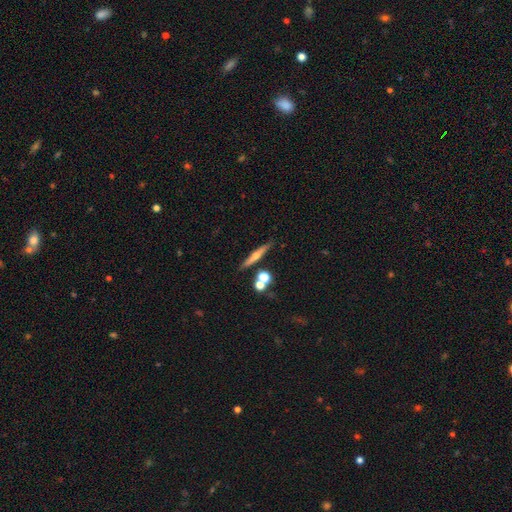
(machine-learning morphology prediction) This is possibly a featured or disk galaxy (58%). It is clearly viewed edge-on (95%). Edge-on bulge: clearly rounded (88%). Merging: likely none (79%).